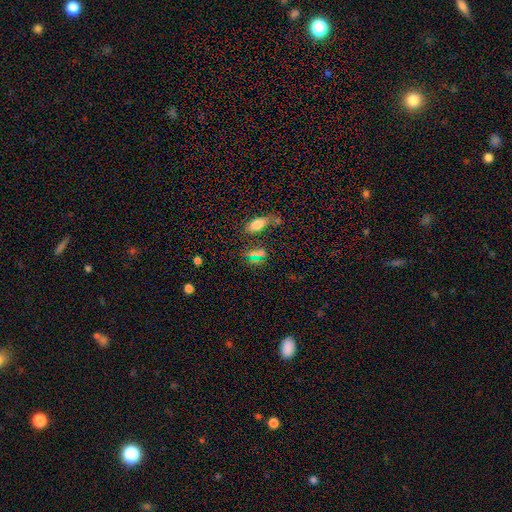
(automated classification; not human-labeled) Q: Smooth or featured?
A: smooth (48%); runner-up: star or artifact (41%)
Q: Merging?
A: none (63%); runner-up: minor disturbance (16%)